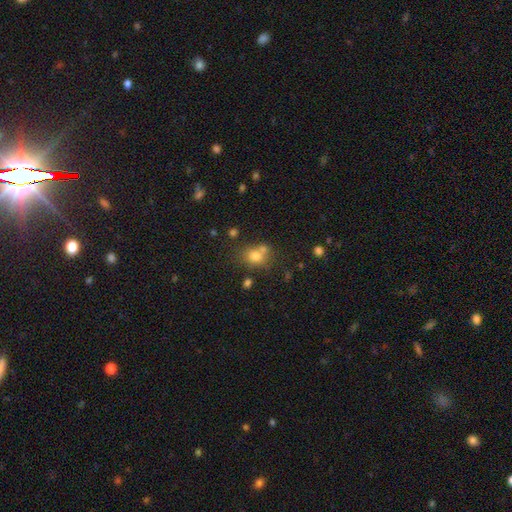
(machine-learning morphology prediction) The model was most divided on "merging": none: 50%, merger: 30%, minor disturbance: 14%, major disturbance: 6%. More confident: smooth or featured — smooth (74%); how rounded — round (65%).